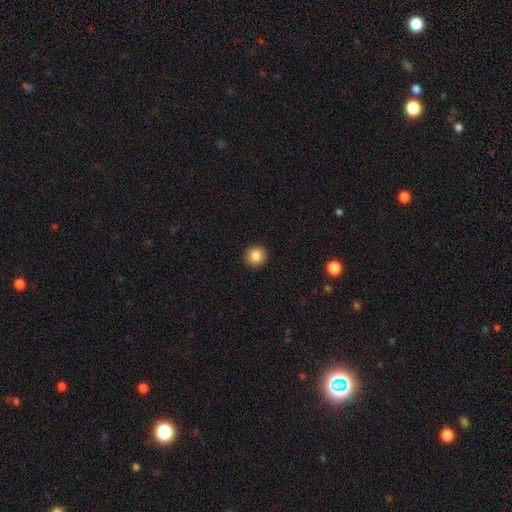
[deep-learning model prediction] smooth-or-featured: smooth: 85% | star or artifact: 9% | featured or disk: 5%
  how-rounded: round: 93% | in between: 6% | cigar-shaped: 1%
  merging: none: 93% | minor disturbance: 4% | major disturbance: 2% | merger: 1%